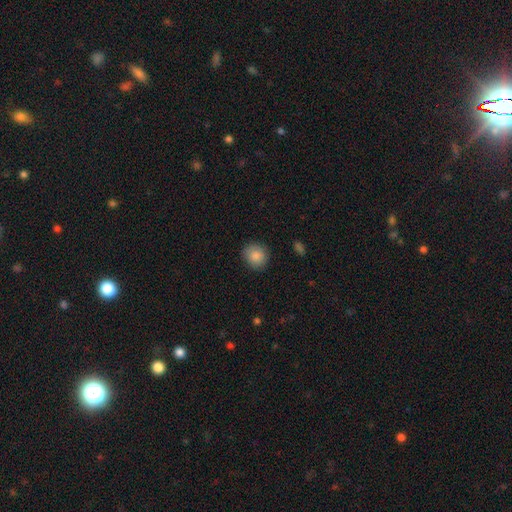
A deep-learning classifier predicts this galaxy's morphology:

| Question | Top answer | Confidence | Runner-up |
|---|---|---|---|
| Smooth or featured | smooth | 87% | star or artifact (8%) |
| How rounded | round | 81% | in between (18%) |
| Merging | none | 87% | minor disturbance (9%) |